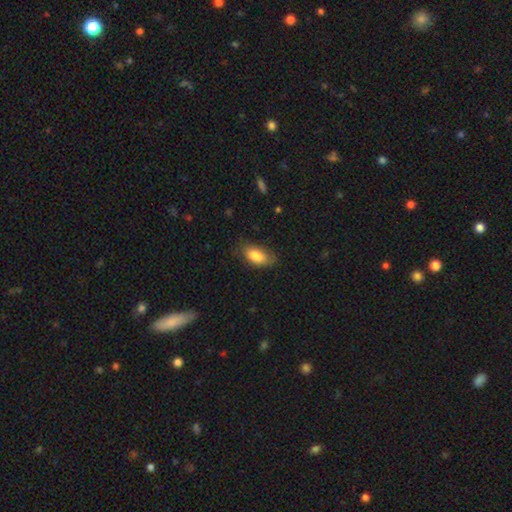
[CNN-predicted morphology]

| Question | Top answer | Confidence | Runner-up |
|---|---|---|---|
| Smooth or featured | smooth | 84% | featured or disk (9%) |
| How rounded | in between | 90% | cigar-shaped (7%) |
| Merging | none | 71% | minor disturbance (22%) |